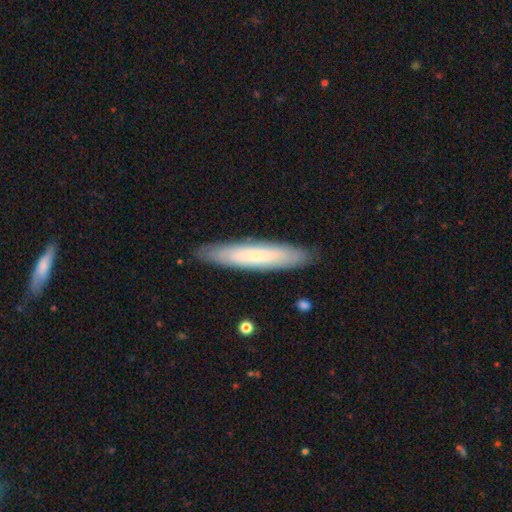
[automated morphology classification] Q: Smooth or featured?
A: smooth (66%); runner-up: featured or disk (28%)
Q: How rounded?
A: cigar-shaped (88%); runner-up: in between (11%)
Q: Merging?
A: none (89%); runner-up: minor disturbance (8%)